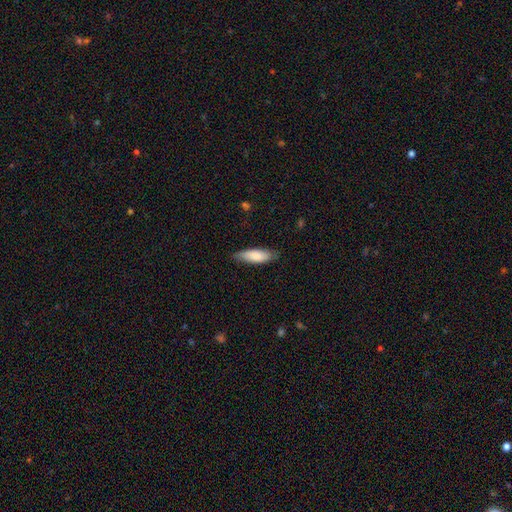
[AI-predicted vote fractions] Overall: smooth (83%). How rounded: in between (54%; cigar-shaped 44%). Merging: none (79%).